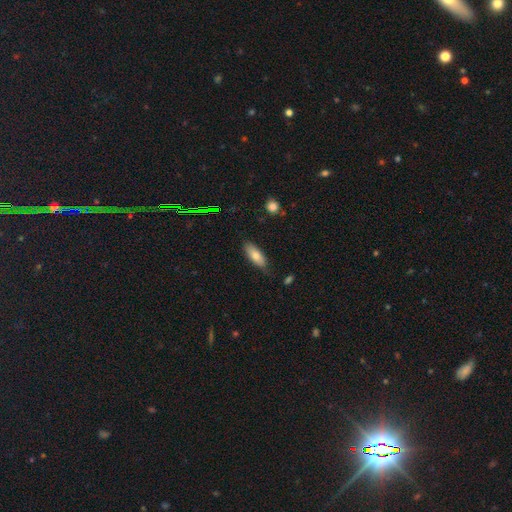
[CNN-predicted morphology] The model was most divided on "how rounded": in between: 71%, cigar-shaped: 27%, round: 2%. More confident: merging — none (80%); smooth or featured — smooth (75%).